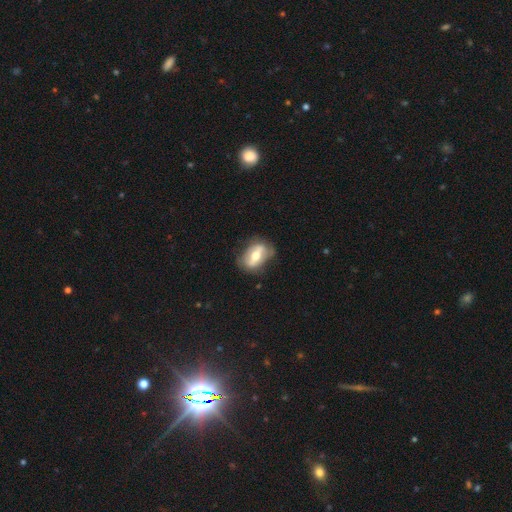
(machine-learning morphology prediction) The model was most divided on "smooth or featured": featured or disk: 56%, smooth: 38%, star or artifact: 7%. More confident: edge-on disk — no (84%); merging — none (67%).